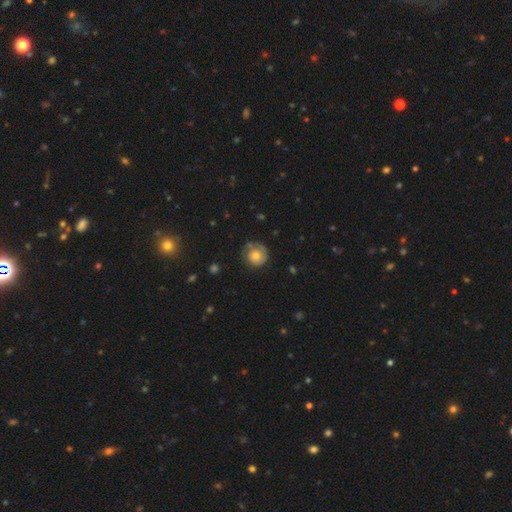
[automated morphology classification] This appears to be a smooth galaxy with no disk features (49%). Merging: none (70%).